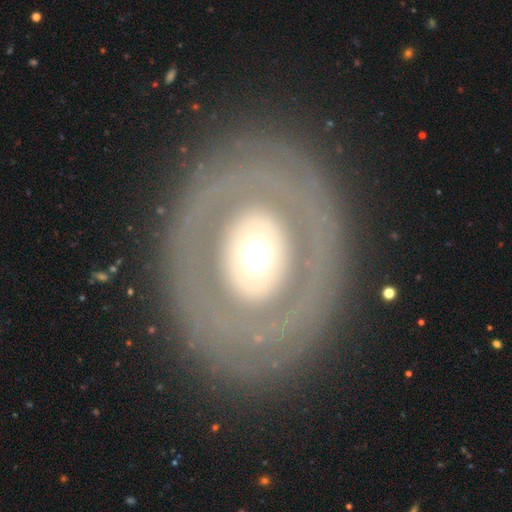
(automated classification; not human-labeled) Smooth or featured? Predicted: featured or disk (p=0.61). Edge-on disk? Predicted: no (p=0.94). Bar? Predicted: no (p=0.89). Spiral arms? Predicted: no (p=0.86). Bulge size? Predicted: moderate (p=0.61). Merging? Predicted: none (p=0.84).